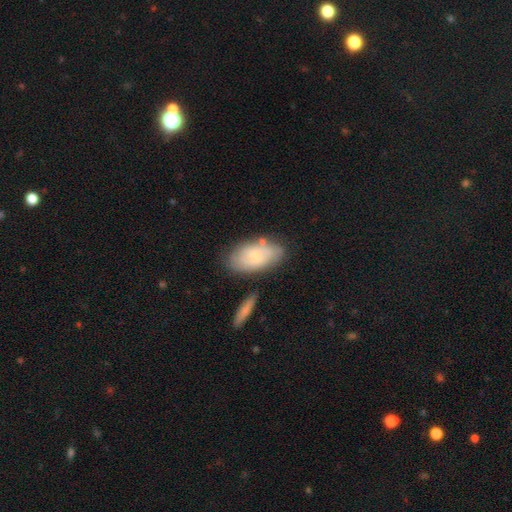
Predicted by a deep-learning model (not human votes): Smooth or featured? Predicted: smooth (p=0.51). How rounded? Predicted: in between (p=0.92). Merging? Predicted: none (p=0.69).